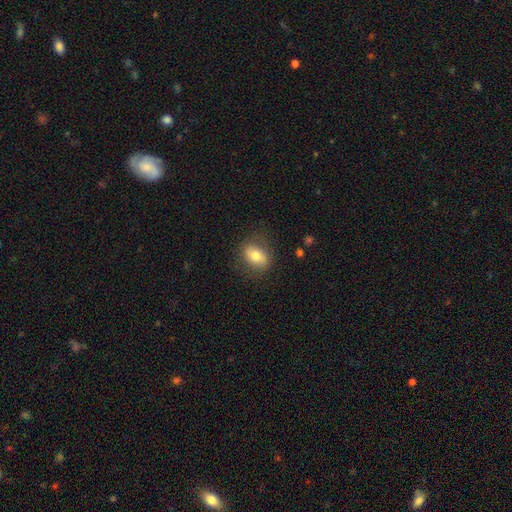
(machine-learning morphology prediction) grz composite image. It shows a smooth galaxy with no disk features (74%) that is in between round and cigar-shaped (71%). Merging: none (79%).